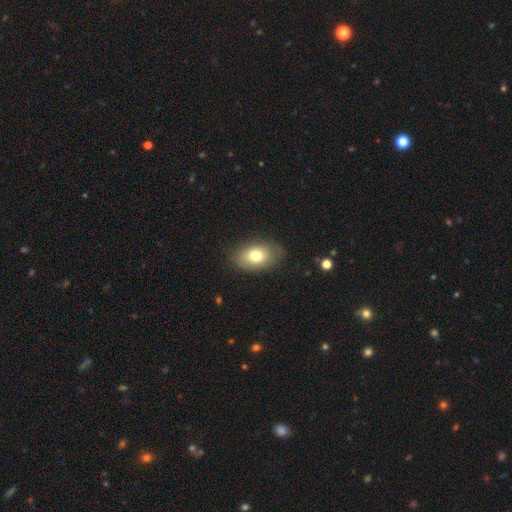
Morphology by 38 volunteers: smooth-or-featured: smooth: 87% | featured or disk: 8% | star or artifact: 5%
  how-rounded: in between: 79% | round: 21% | cigar-shaped: 0%
  merging: none: 83% | minor disturbance: 14% | merger: 3% | major disturbance: 0%